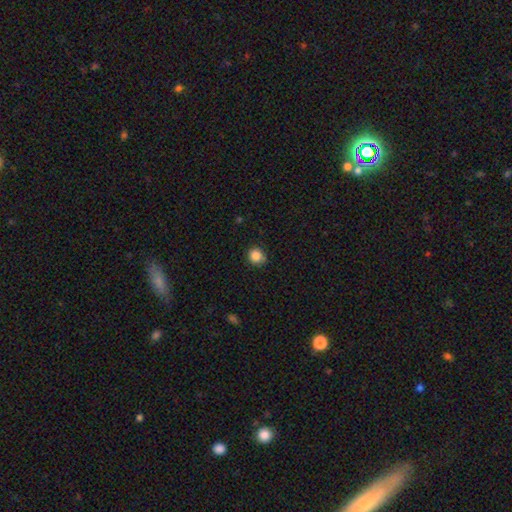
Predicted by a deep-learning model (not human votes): Smooth or featured? smooth (85%)
How rounded? round (88%)
Merging? none (78%)